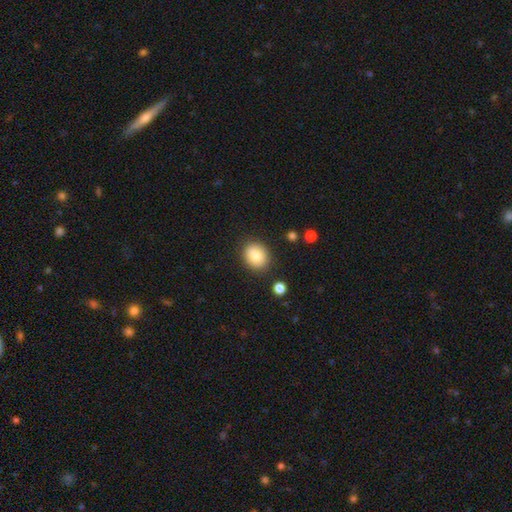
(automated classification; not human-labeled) Morphology: type=smooth (84%); roundness=round (63%); merging=none (87%).